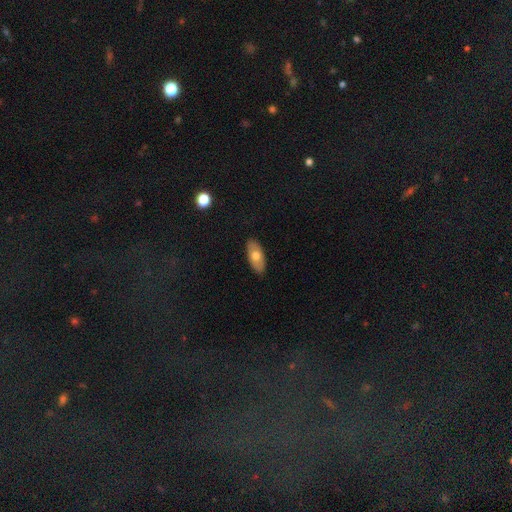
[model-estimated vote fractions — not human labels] smooth_or_featured: smooth (p=0.66) [alt: featured or disk p=0.28]
how_rounded: in between (p=0.90) [alt: cigar-shaped p=0.07]
merging: none (p=0.88) [alt: minor disturbance p=0.09]